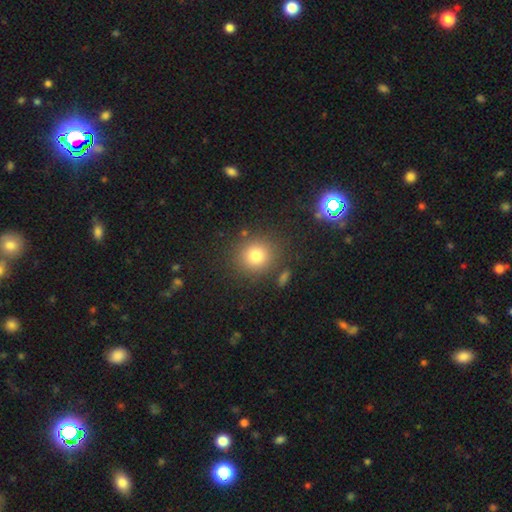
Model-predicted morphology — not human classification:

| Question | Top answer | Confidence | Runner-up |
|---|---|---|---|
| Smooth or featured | smooth | 79% | star or artifact (13%) |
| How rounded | round | 87% | in between (12%) |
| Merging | none | 84% | minor disturbance (8%) |